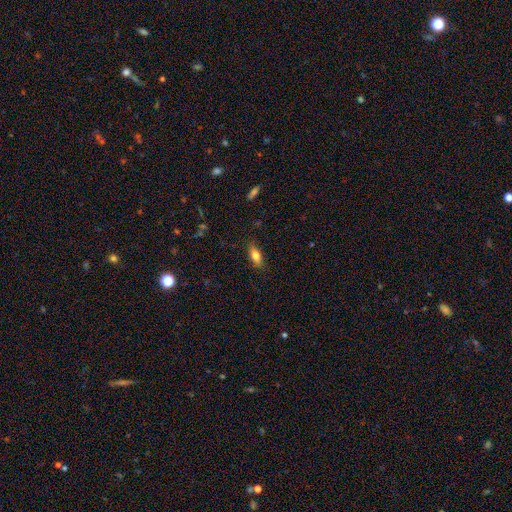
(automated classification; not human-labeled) Smooth or featured?
  - smooth: 74% *
  - featured or disk: 19%
  - star or artifact: 8%
How rounded?
  - in between: 73% *
  - cigar-shaped: 23%
  - round: 3%
Merging?
  - none: 84% *
  - minor disturbance: 12%
  - major disturbance: 3%
  - merger: 1%